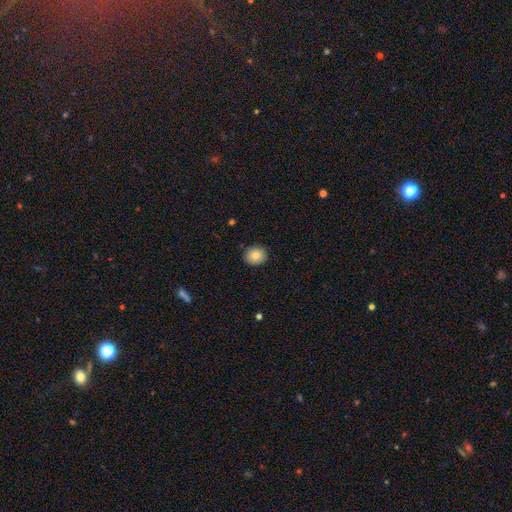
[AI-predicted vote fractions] Smooth or featured?
  - smooth: 83% *
  - star or artifact: 9%
  - featured or disk: 8%
How rounded?
  - round: 71% *
  - in between: 28%
  - cigar-shaped: 1%
Merging?
  - none: 88% *
  - minor disturbance: 9%
  - major disturbance: 2%
  - merger: 1%